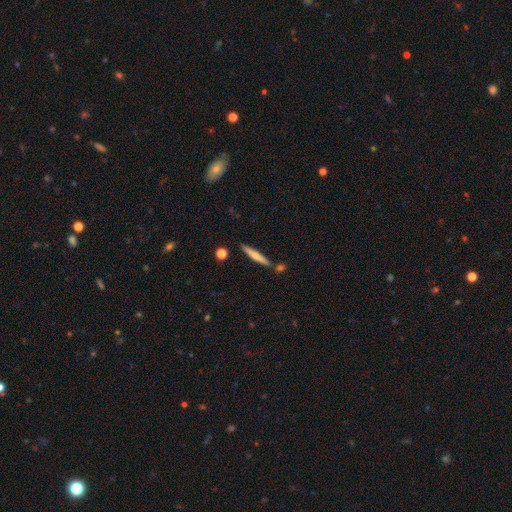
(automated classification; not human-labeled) Smooth or featured? Predicted: smooth (p=0.56). How rounded? Predicted: cigar-shaped (p=0.94). Merging? Predicted: none (p=0.83).